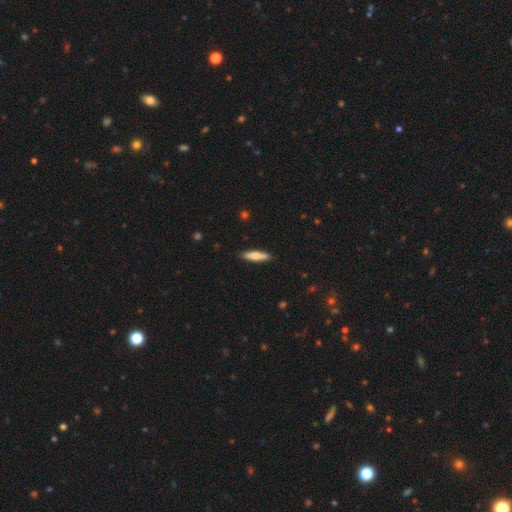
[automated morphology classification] A smooth galaxy with no disk features (73%) that is cigar-shaped (74%).

Vote fractions:
- Smooth or featured? smooth: 73% / featured or disk: 21% / star or artifact: 6%
- How rounded? cigar-shaped: 74% / in between: 24% / round: 2%
- Merging? none: 90% / minor disturbance: 8% / major disturbance: 2% / merger: 1%